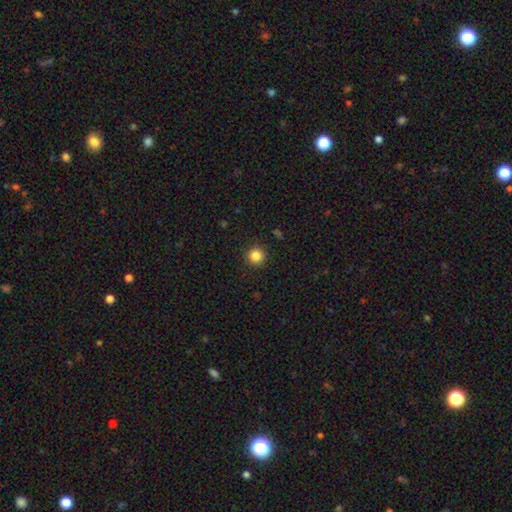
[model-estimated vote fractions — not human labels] smooth 84%, star or artifact 12%, featured or disk 4%. Down the decision tree: how rounded — round (95%); merging — none (92%).